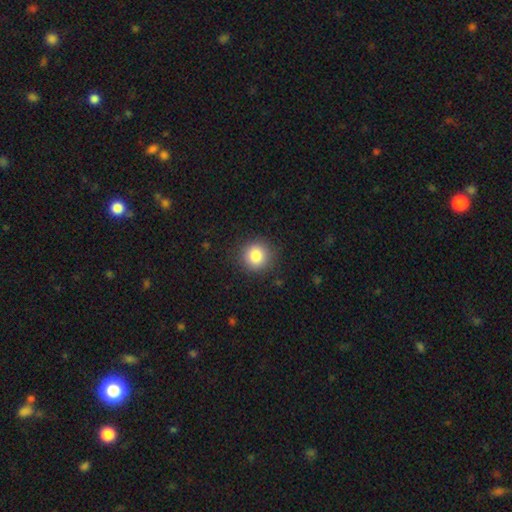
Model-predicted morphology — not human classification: The model was most divided on "smooth or featured": smooth: 85%, star or artifact: 10%, featured or disk: 5%. More confident: how rounded — round (93%); merging — none (89%).